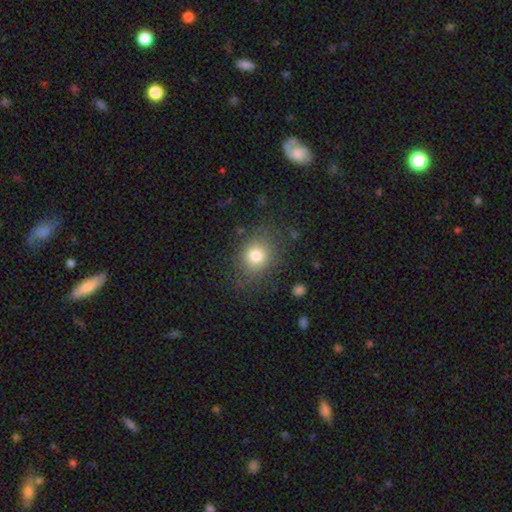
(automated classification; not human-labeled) This appears to be a smooth galaxy with no disk features (78%) that is round (63%). Merging: none (78%).